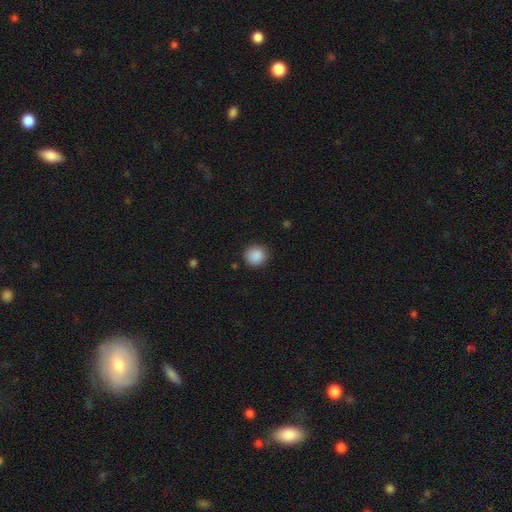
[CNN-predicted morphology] Q: Smooth or featured?
A: smooth (89%); runner-up: star or artifact (9%)
Q: How rounded?
A: round (92%); runner-up: in between (8%)
Q: Merging?
A: none (88%); runner-up: minor disturbance (8%)